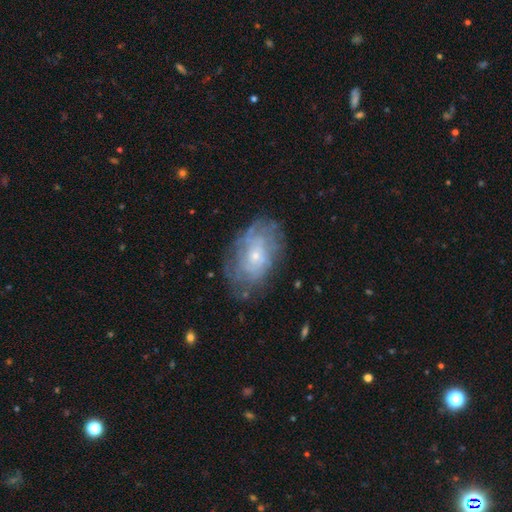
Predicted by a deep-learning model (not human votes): Smooth or featured? featured or disk (64%)
Edge-on disk? no (95%)
Bar? no (82%)
Spiral arms? yes (64%)
Bulge size? small (77%)
Merging? none (68%)